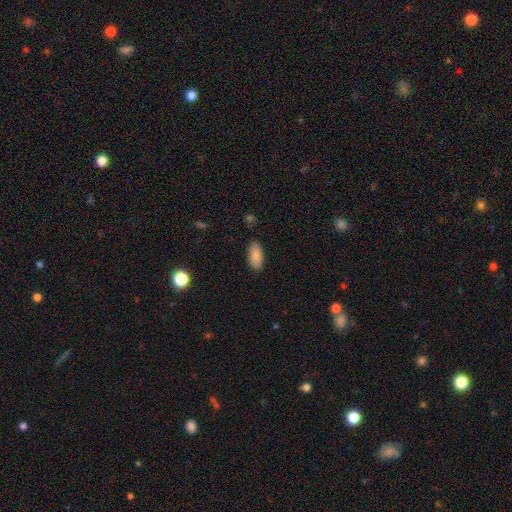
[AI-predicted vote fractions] Smooth or featured: smooth — 88% (star or artifact — 7%)
How rounded: in between — 89% (cigar-shaped — 9%)
Merging: none — 86% (minor disturbance — 10%)